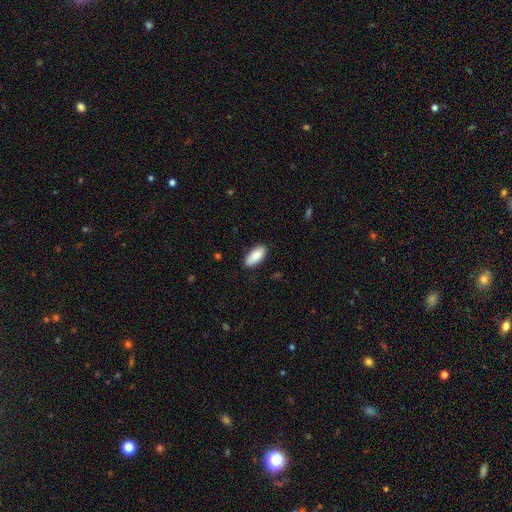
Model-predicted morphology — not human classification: This appears to be a smooth galaxy with no disk features (87%) that is in between round and cigar-shaped (87%). Merging: none (86%).